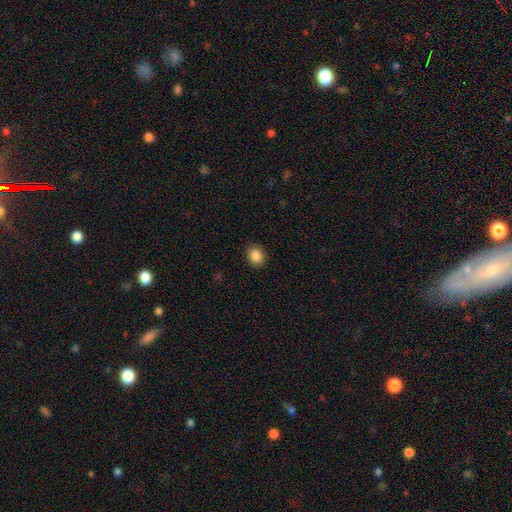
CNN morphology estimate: smooth 86%, star or artifact 9%, featured or disk 4%. Down the decision tree: how rounded — round (58%); merging — none (90%).